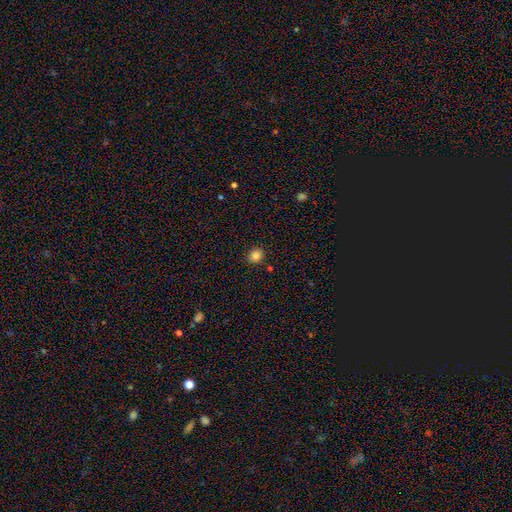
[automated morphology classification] The model was most divided on "how rounded": round: 73%, in between: 26%, cigar-shaped: 1%. More confident: merging — none (87%); smooth or featured — smooth (83%).